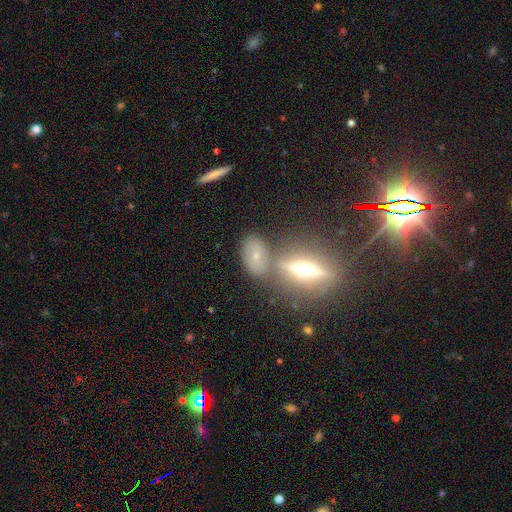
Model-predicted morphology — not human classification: smooth-or-featured: smooth: 51% | featured or disk: 35% | star or artifact: 15%
  how-rounded: in between: 77% | round: 14% | cigar-shaped: 9%
  merging: none: 63% | merger: 20% | minor disturbance: 13% | major disturbance: 5%